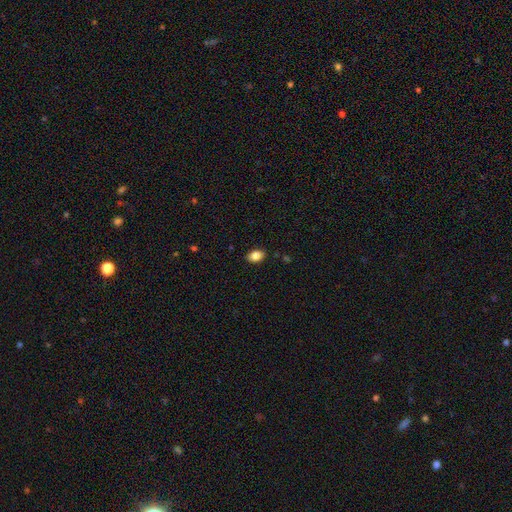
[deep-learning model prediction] A smooth galaxy with no disk features (86%) that is in between round and cigar-shaped (85%).

Vote fractions:
- Smooth or featured? smooth: 86% / star or artifact: 8% / featured or disk: 6%
- How rounded? in between: 85% / round: 14% / cigar-shaped: 1%
- Merging? none: 87% / minor disturbance: 10% / major disturbance: 2% / merger: 1%